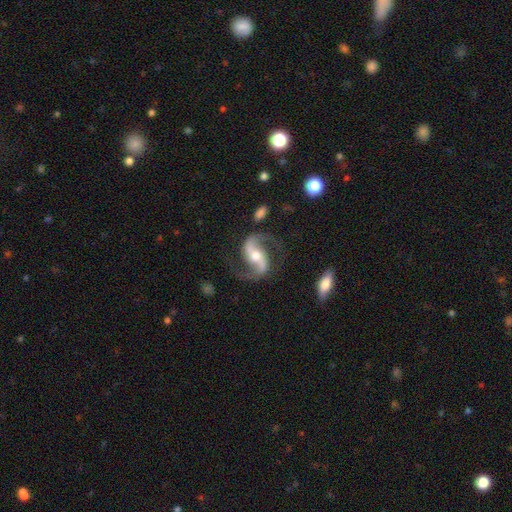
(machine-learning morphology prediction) This appears to be a featured or disk galaxy (91%) with a strong bar (45%), 2 (94%) loose (50%) spiral arms (98%) and a moderate central bulge (65%). Merging: none (77%).